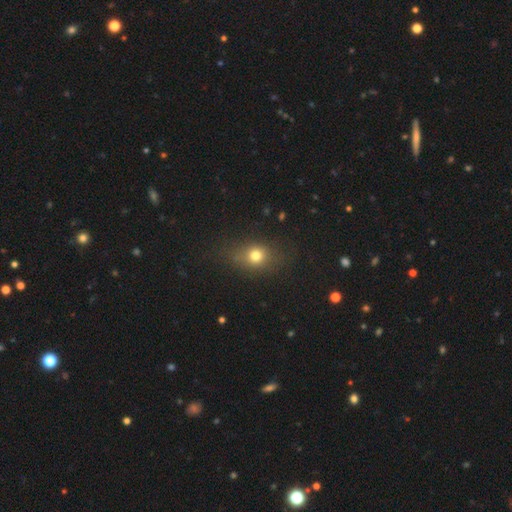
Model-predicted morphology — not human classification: Smooth or featured? smooth (73%)
How rounded? round (58%)
Merging? none (74%)